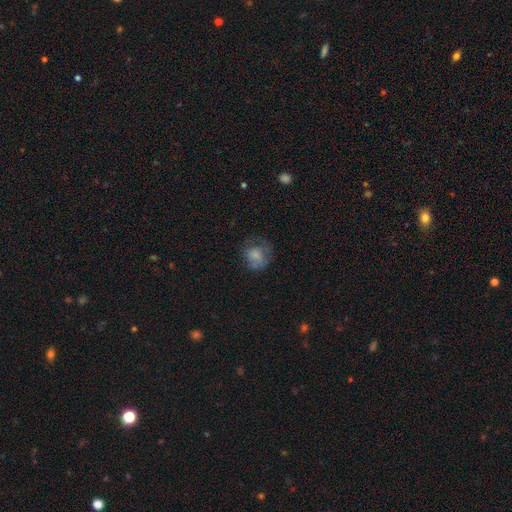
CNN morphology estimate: This is likely a smooth galaxy (70%). How rounded: likely round (73%). Merging: possibly none (50%).